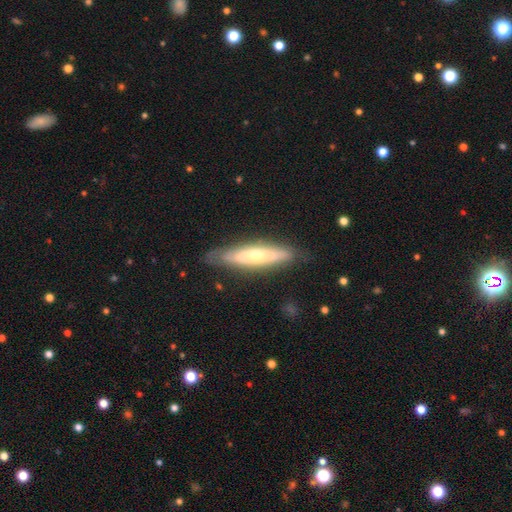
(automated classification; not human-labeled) The model was most divided on "smooth or featured": featured or disk: 49%, smooth: 45%, star or artifact: 6%. More confident: merging — none (79%).